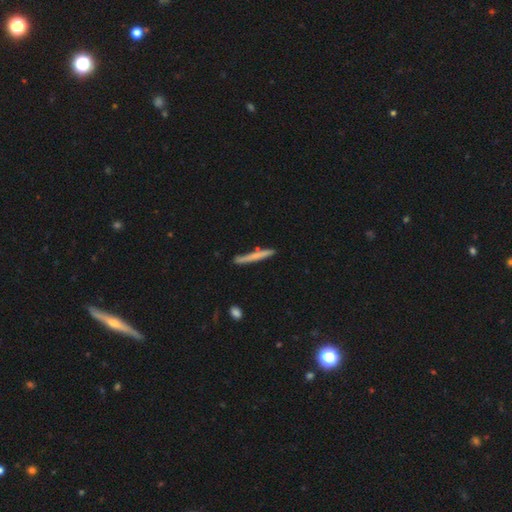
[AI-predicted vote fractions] Smooth or featured? smooth (61%)
How rounded? cigar-shaped (96%)
Merging? none (83%)